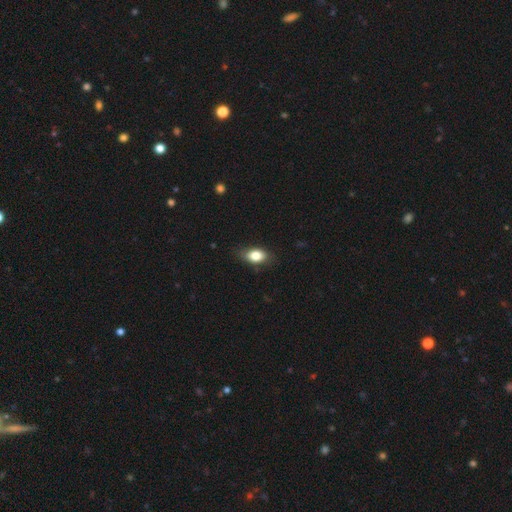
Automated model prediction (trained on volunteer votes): A smooth galaxy with no disk features (81%) that is in between round and cigar-shaped (86%). Merging: none (77%).